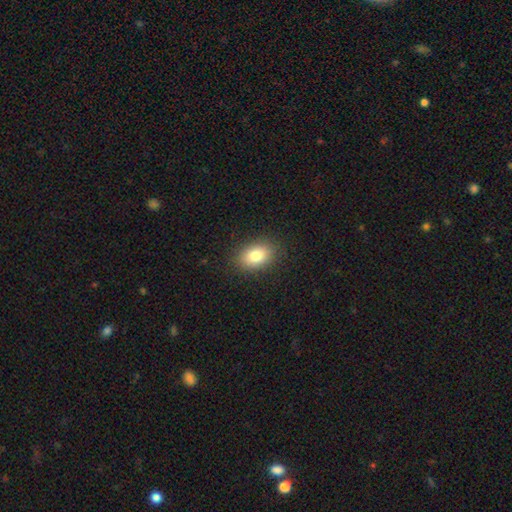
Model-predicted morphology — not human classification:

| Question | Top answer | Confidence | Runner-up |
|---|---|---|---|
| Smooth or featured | smooth | 82% | star or artifact (9%) |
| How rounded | in between | 82% | round (16%) |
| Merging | none | 88% | minor disturbance (9%) |